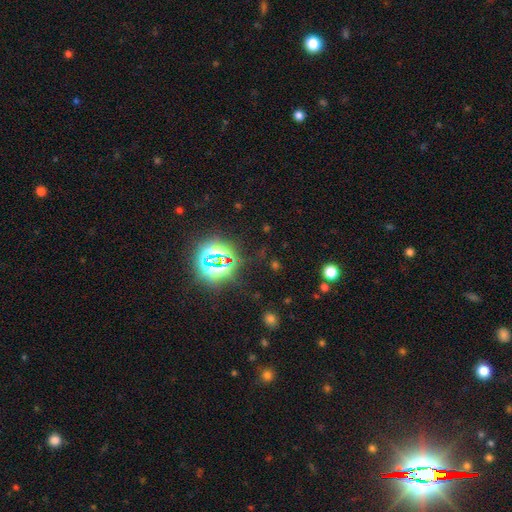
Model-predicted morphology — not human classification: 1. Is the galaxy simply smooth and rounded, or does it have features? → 76% star or artifact, 15% smooth, 8% featured or disk.